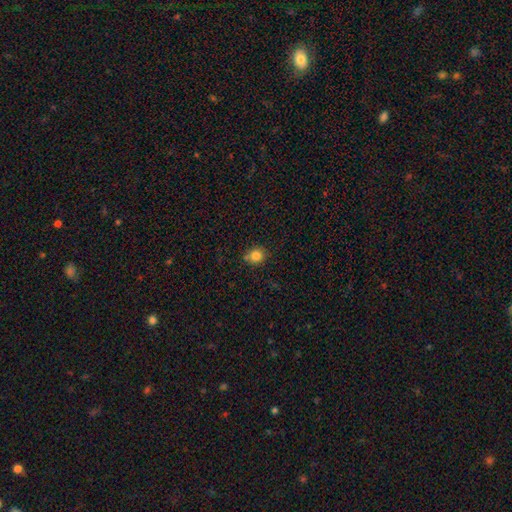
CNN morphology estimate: This is clearly a smooth galaxy (83%). How rounded: likely round (78%). Merging: likely none (75%).